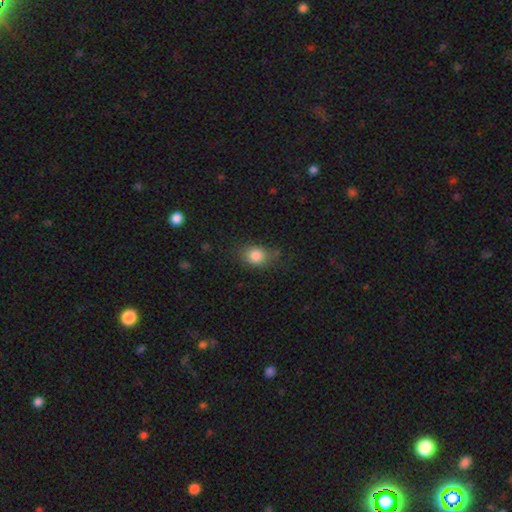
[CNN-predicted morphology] Smooth or featured? Predicted: smooth (p=0.83). How rounded? Predicted: in between (p=0.51). Merging? Predicted: none (p=0.68).